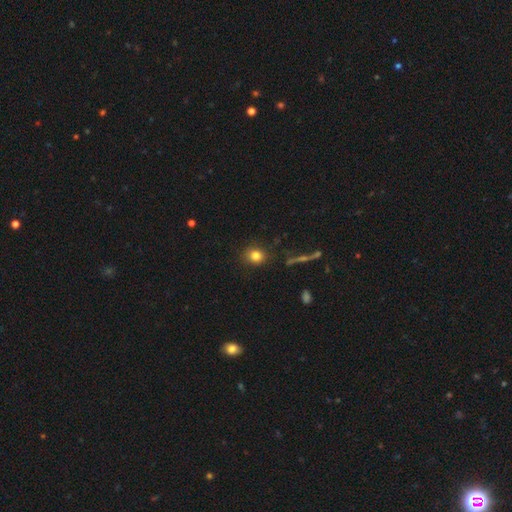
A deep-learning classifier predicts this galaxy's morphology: Smooth or featured: smooth — 82% (star or artifact — 11%)
How rounded: round — 78% (in between — 20%)
Merging: none — 87% (minor disturbance — 8%)